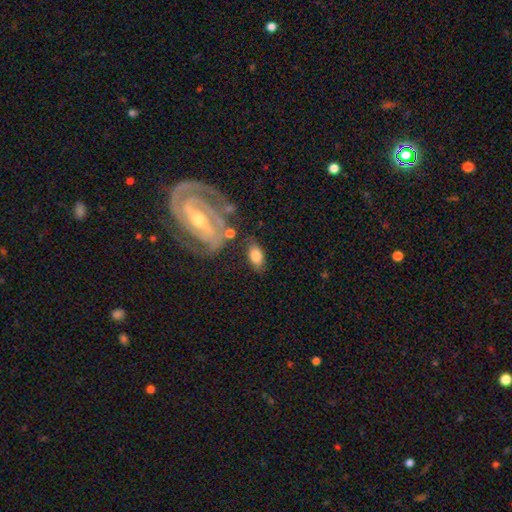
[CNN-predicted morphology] A smooth galaxy with no disk features (73%) that is in between round and cigar-shaped (89%). Merging: none (70%).